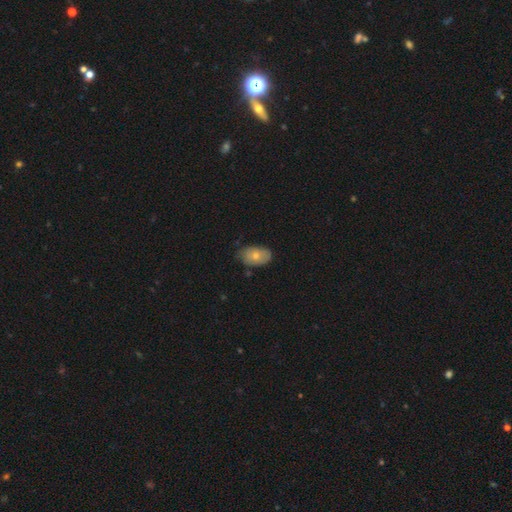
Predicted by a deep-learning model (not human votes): A smooth galaxy with no disk features (70%) that is in between round and cigar-shaped (89%). Merging: none (67%).